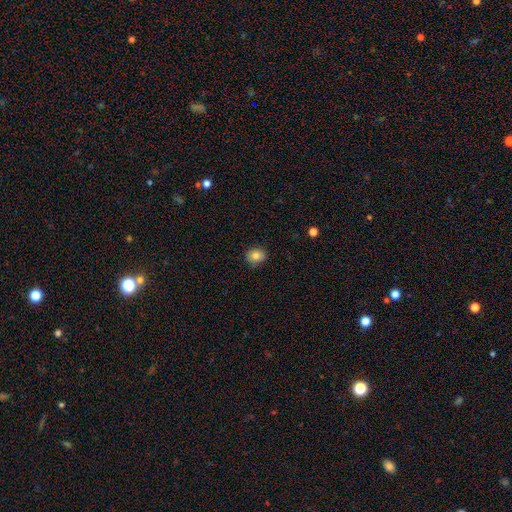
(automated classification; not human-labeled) smooth 80%, featured or disk 10%, star or artifact 10%. Down the decision tree: how rounded — round (54%); merging — none (84%).